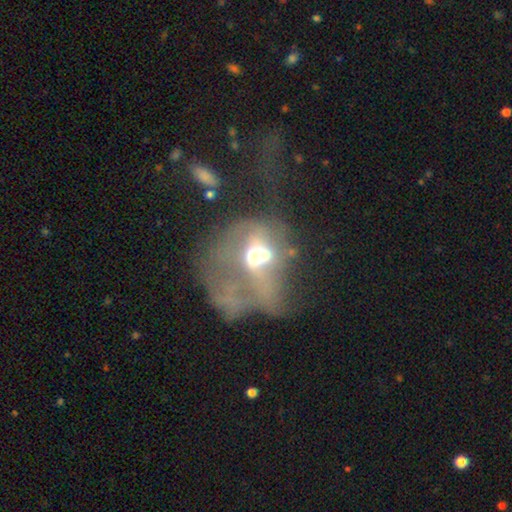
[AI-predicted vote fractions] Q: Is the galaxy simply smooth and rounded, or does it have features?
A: featured or disk — 57%.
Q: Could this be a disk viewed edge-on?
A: no — 94%.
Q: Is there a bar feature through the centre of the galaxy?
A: no — 56%.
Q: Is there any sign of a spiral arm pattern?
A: no — 69%.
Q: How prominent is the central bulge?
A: moderate — 51%.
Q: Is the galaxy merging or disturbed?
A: major disturbance — 47%.